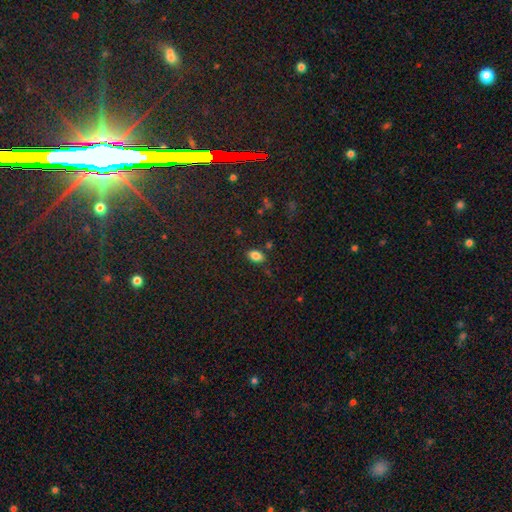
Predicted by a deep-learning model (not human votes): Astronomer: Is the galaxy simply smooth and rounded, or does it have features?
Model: smooth — 83%.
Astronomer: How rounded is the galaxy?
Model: in between — 90%.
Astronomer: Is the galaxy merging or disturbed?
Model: none — 82%.